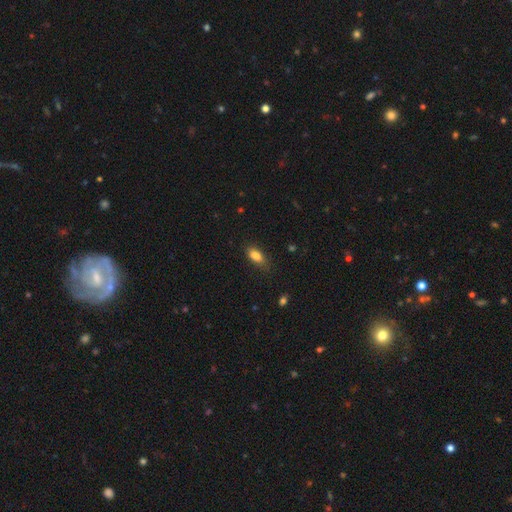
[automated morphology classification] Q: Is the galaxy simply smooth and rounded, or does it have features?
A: smooth — 84%.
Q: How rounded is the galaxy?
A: in between — 84%.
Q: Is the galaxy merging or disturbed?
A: none — 73%.